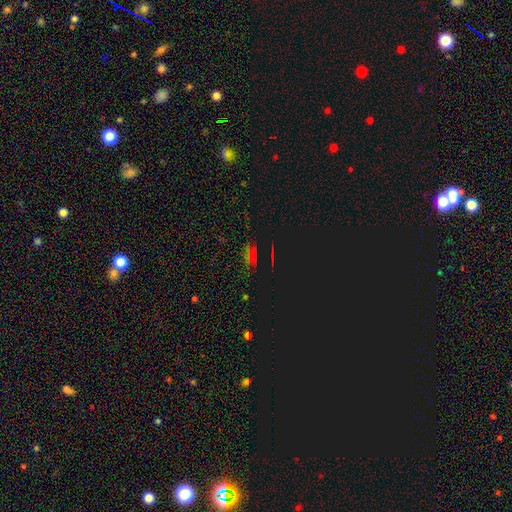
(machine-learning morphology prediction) This is likely a star or artifact rather than a galaxy (69%).